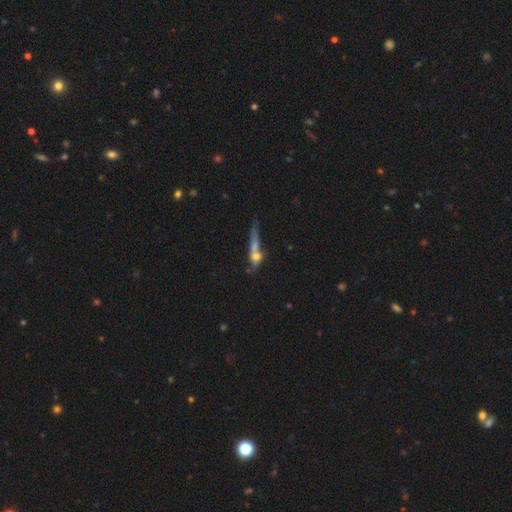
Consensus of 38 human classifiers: Smooth or featured? 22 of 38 (58%) said smooth. How rounded? 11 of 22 (50%) said cigar-shaped. Merging? 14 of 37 (38%) said none.